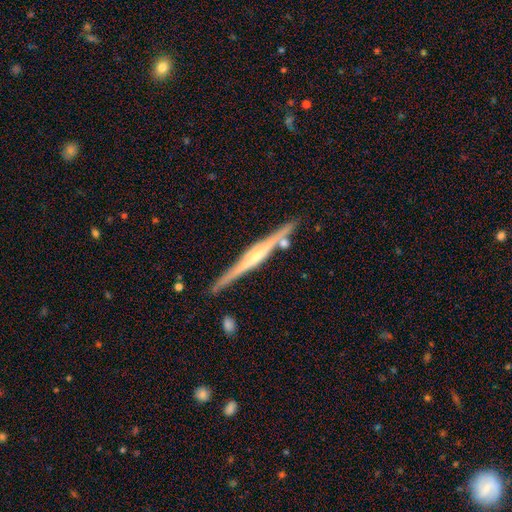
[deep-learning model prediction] Smooth or featured? featured or disk (80%)
Edge-on disk? yes (98%)
Edge-on bulge? rounded (64%)
Merging? none (84%)